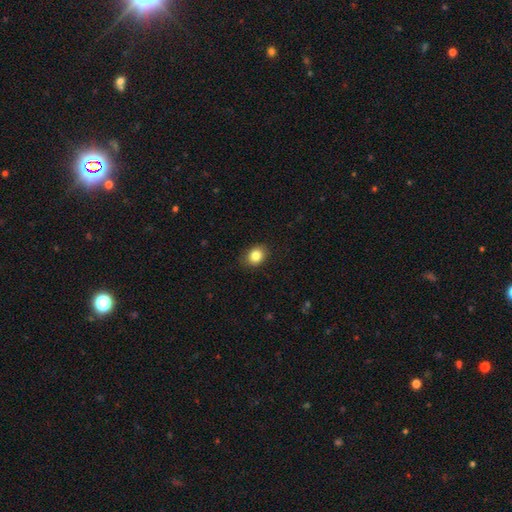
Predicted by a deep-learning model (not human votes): Smooth or featured? smooth (84%)
How rounded? in between (50%)
Merging? none (84%)